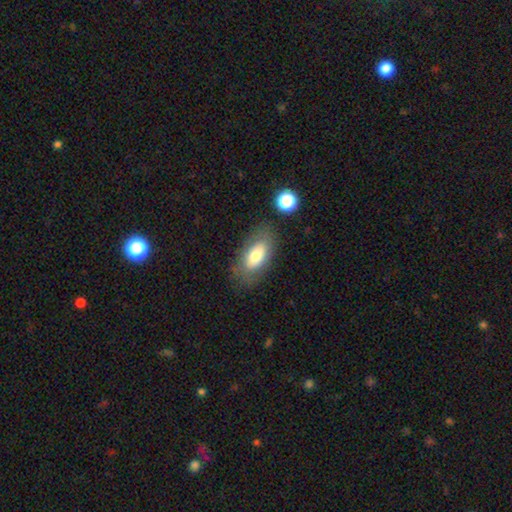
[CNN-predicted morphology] Q: Smooth or featured?
A: smooth (74%); runner-up: featured or disk (19%)
Q: How rounded?
A: in between (89%); runner-up: cigar-shaped (7%)
Q: Merging?
A: none (74%); runner-up: minor disturbance (16%)